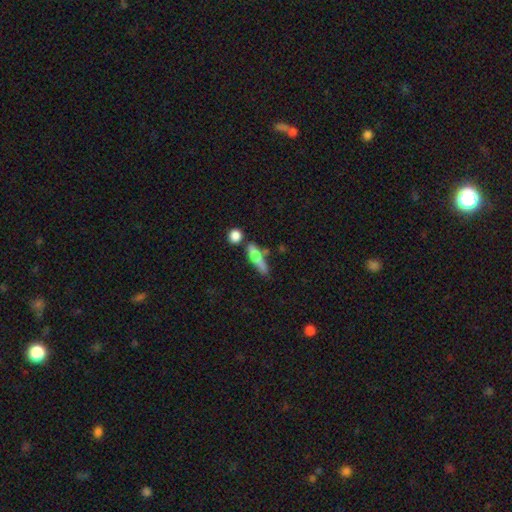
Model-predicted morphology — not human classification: smooth 70%, featured or disk 22%, star or artifact 8%. Down the decision tree: how rounded — cigar-shaped (72%); merging — none (50%).